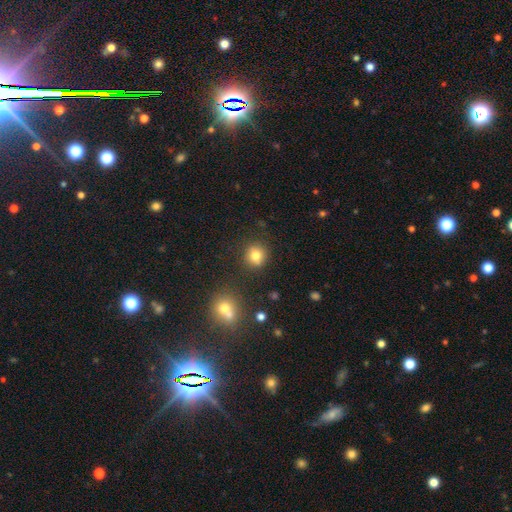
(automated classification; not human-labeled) Smooth or featured: smooth — 80% (star or artifact — 13%)
How rounded: round — 88% (in between — 11%)
Merging: none — 85% (minor disturbance — 8%)